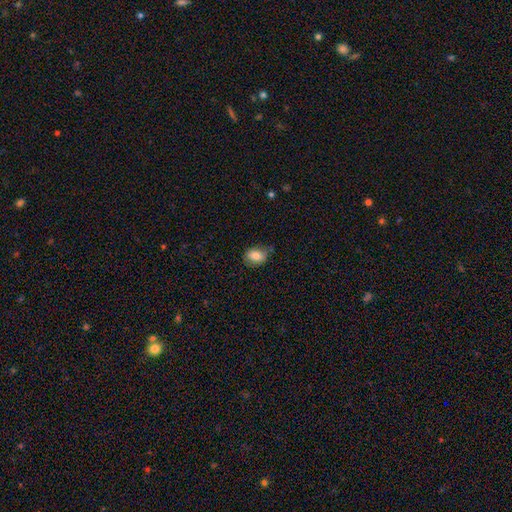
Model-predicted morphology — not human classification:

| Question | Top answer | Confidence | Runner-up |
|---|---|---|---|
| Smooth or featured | smooth | 81% | featured or disk (11%) |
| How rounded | in between | 75% | round (24%) |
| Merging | none | 68% | minor disturbance (24%) |